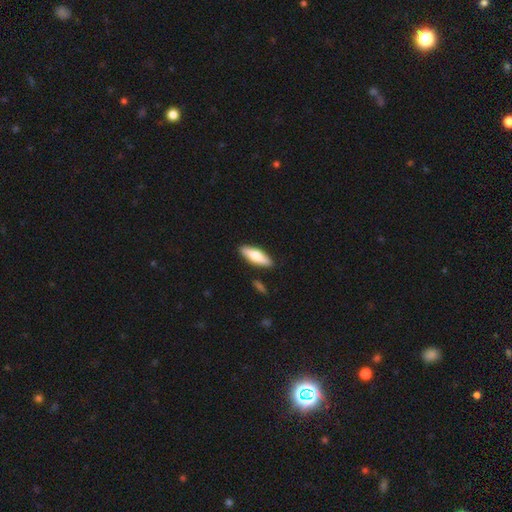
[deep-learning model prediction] smooth 70%, featured or disk 24%, star or artifact 5%. Down the decision tree: how rounded — in between (57%); merging — none (88%).